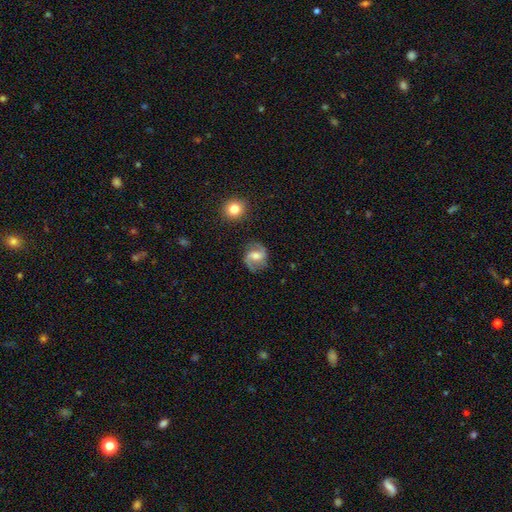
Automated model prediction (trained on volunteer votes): smooth-or-featured: featured or disk: 75% | smooth: 18% | star or artifact: 7%
  disk-edge-on: no: 97% | yes: 3%
    bar: weak: 48% | no: 29% | strong: 23%
    has-spiral-arms: yes: 94% | no: 6%
      spiral-winding: medium: 45% | loose: 41% | tight: 14%
      spiral-arm-count: 2: 91% | can't tell: 4% | 1: 2% | 3: 1% | 4: 1% | more than 4: 1%
    bulge-size: moderate: 59% | small: 33% | large: 4% | none: 3% | dominant: 1%
  merging: none: 80% | minor disturbance: 14% | major disturbance: 5% | merger: 2%